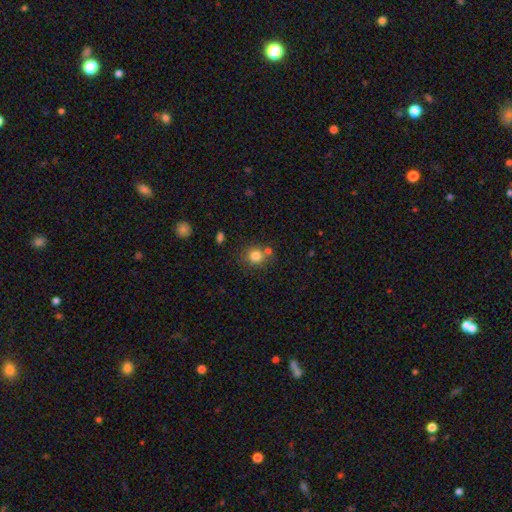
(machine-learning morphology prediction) smooth-or-featured: smooth: 81% | star or artifact: 12% | featured or disk: 8%
  how-rounded: round: 85% | in between: 14% | cigar-shaped: 1%
  merging: none: 68% | merger: 18% | minor disturbance: 11% | major disturbance: 4%